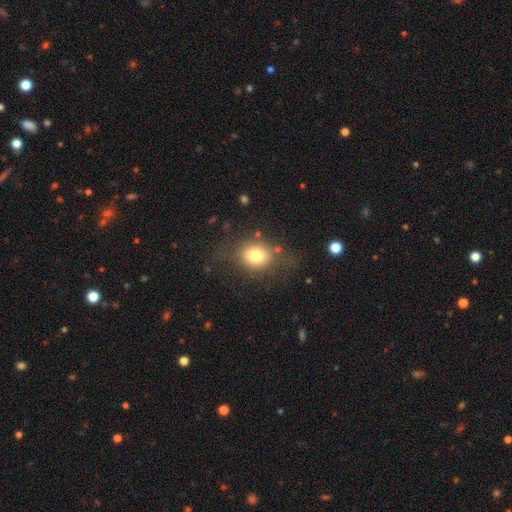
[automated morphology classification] A smooth galaxy with no disk features (75%) that is round (60%).

Vote fractions:
- Smooth or featured? smooth: 75% / featured or disk: 13% / star or artifact: 12%
- How rounded? round: 60% / in between: 39% / cigar-shaped: 1%
- Merging? none: 69% / minor disturbance: 17% / major disturbance: 11% / merger: 3%